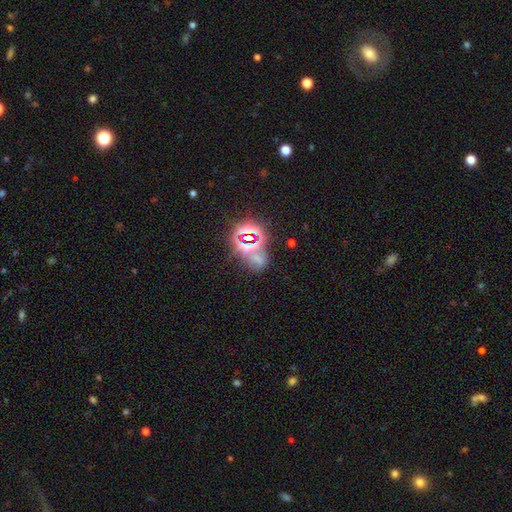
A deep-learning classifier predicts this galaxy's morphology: A star or artifact, not a galaxy (69%).